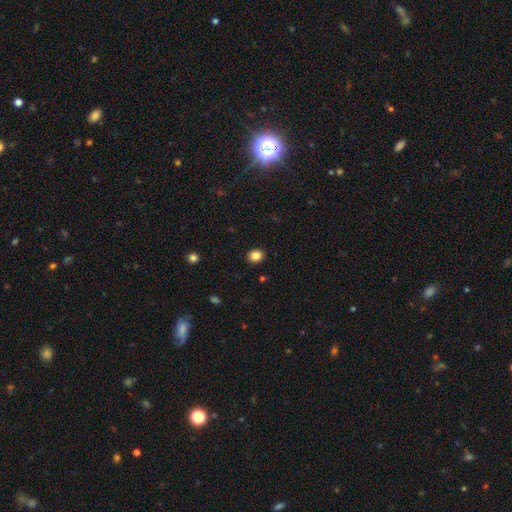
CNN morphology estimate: Smooth or featured? smooth (85%)
How rounded? round (60%)
Merging? none (90%)